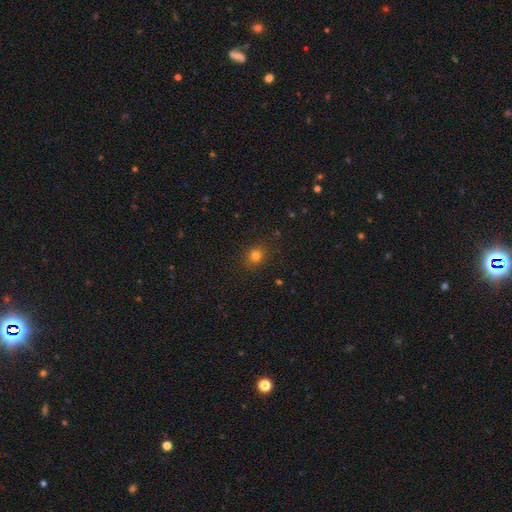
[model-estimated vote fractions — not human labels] Q: Smooth or featured?
A: smooth (78%); runner-up: star or artifact (16%)
Q: How rounded?
A: round (80%); runner-up: in between (19%)
Q: Merging?
A: none (88%); runner-up: minor disturbance (8%)